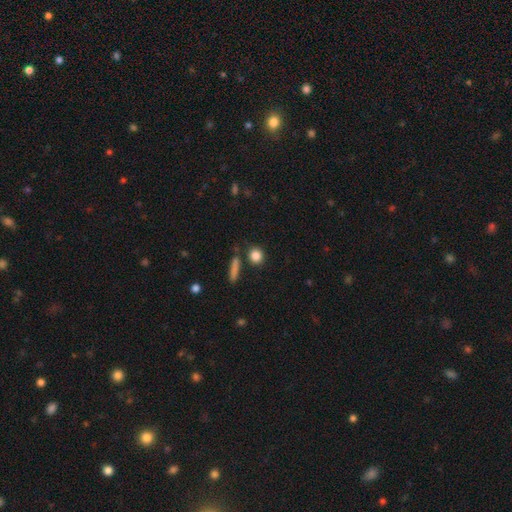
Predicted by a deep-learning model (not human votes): A smooth galaxy with no disk features (85%) that is round (81%).

Vote fractions:
- Smooth or featured? smooth: 85% / star or artifact: 9% / featured or disk: 6%
- How rounded? round: 81% / in between: 14% / cigar-shaped: 5%
- Merging? none: 83% / minor disturbance: 8% / merger: 6% / major disturbance: 3%